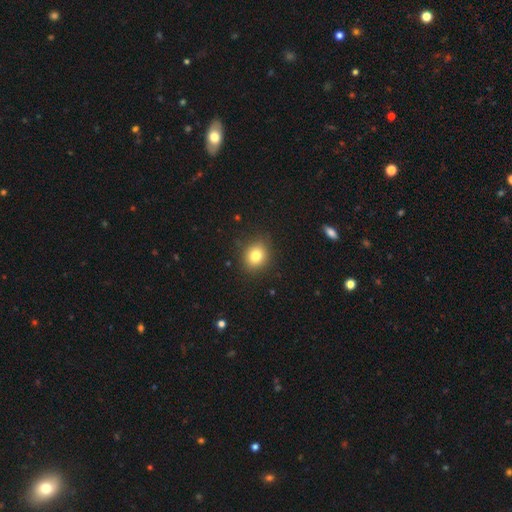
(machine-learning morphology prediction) Q: Smooth or featured?
A: smooth (80%); runner-up: star or artifact (11%)
Q: How rounded?
A: round (69%); runner-up: in between (30%)
Q: Merging?
A: none (88%); runner-up: minor disturbance (9%)